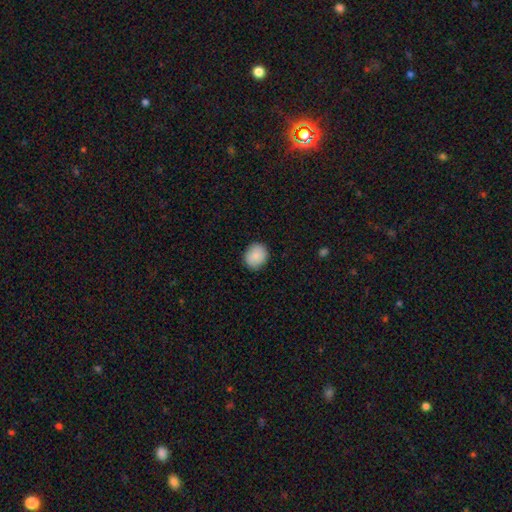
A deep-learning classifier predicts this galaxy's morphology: smooth_or_featured: smooth (p=0.88) [alt: star or artifact p=0.07]
how_rounded: round (p=0.73) [alt: in between p=0.26]
merging: none (p=0.87) [alt: minor disturbance p=0.09]